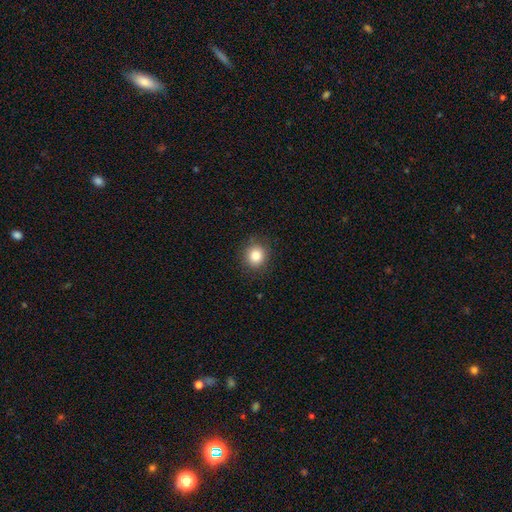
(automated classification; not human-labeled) This is clearly a smooth galaxy (83%). How rounded: clearly round (87%). Merging: clearly none (89%).